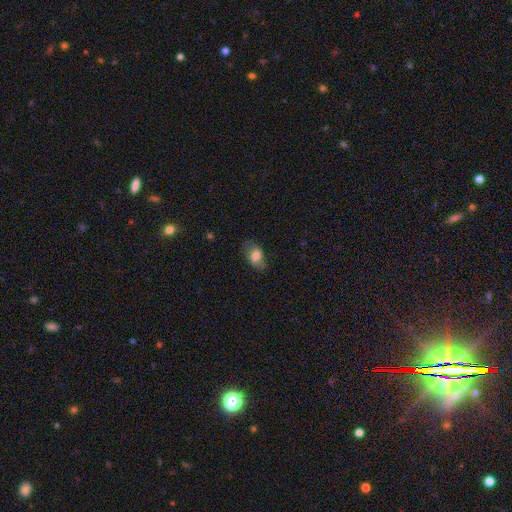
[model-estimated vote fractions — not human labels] This is likely a smooth galaxy (73%). How rounded: clearly in between (85%). Merging: likely none (66%).